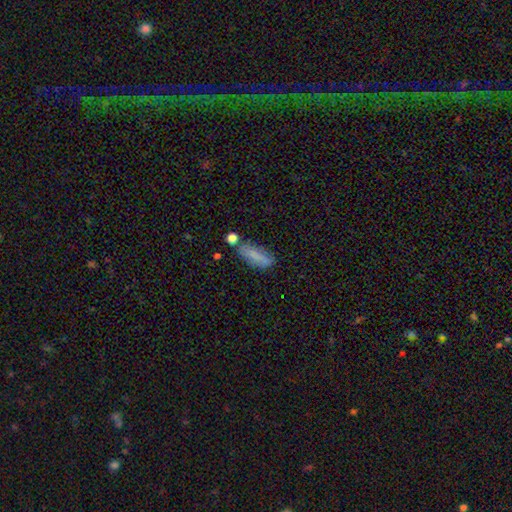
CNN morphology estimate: smooth_or_featured: smooth (p=0.78) [alt: featured or disk p=0.13]
how_rounded: in between (p=0.52) [alt: cigar-shaped p=0.45]
merging: none (p=0.62) [alt: minor disturbance p=0.20]